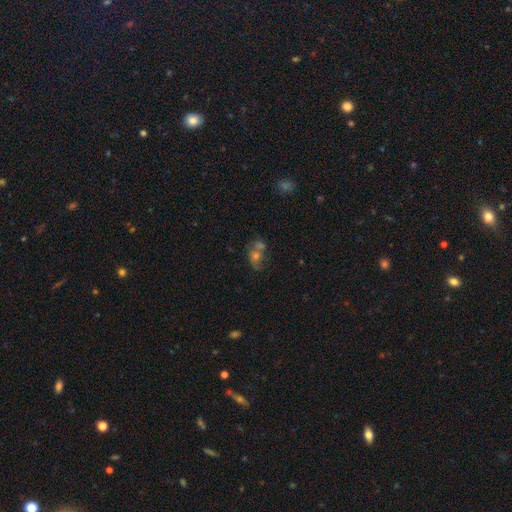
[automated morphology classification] type=smooth (45%); merging=none (38%, tied with merger).